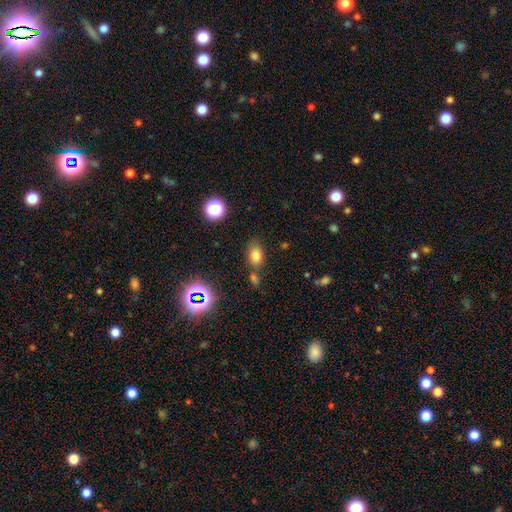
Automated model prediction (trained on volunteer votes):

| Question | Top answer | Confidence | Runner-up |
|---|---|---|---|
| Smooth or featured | smooth | 76% | star or artifact (16%) |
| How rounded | in between | 79% | round (19%) |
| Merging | none | 68% | minor disturbance (14%) |